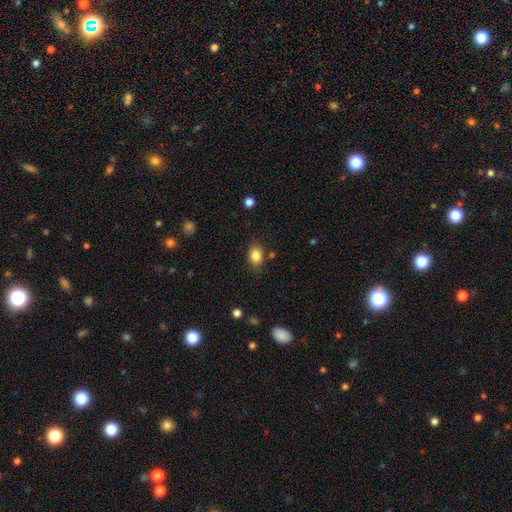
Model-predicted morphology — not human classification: Overall: smooth (84%). How rounded: in between (70%). Merging: none (80%).